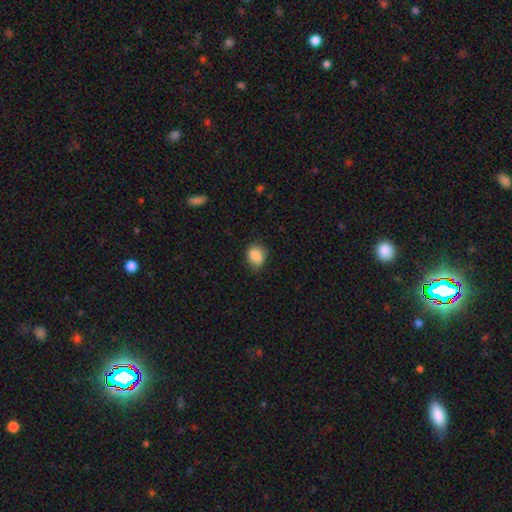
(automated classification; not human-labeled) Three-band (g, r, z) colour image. It shows a smooth galaxy with no disk features (87%) that is in between round and cigar-shaped (53%). Merging: none (76%).